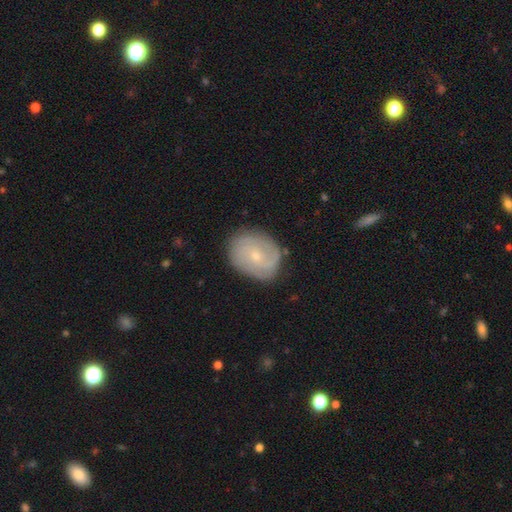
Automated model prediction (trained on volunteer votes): This appears to be a featured or disk galaxy (63%) with no bar (66%), 2 (43%) tight (51%) spiral arms (83%) and a small central bulge (71%). Merging: none (79%).